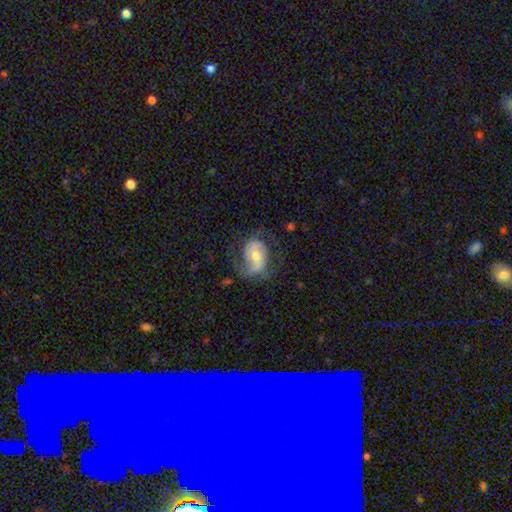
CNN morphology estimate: This is likely a featured or disk galaxy (69%). It is clearly not viewed edge-on (96%). Bar: possibly no (49%). Spiral arm pattern: clearly yes (87%). Spiral arm count: likely 2 (66%). Spiral winding: marginally medium (43%). Central bulge: likely moderate (63%). Merging: possibly none (55%).